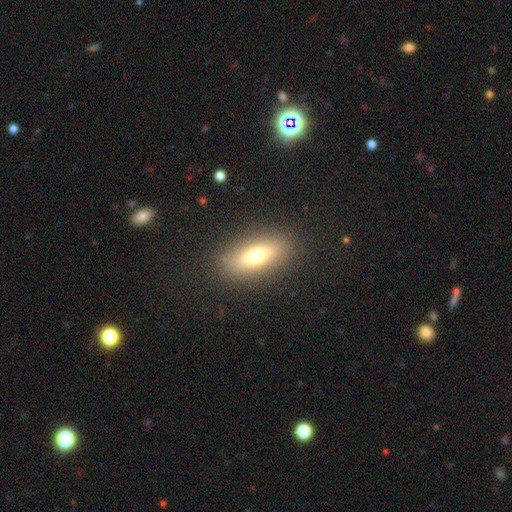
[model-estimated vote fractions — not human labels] Smooth or featured? smooth (68%)
How rounded? in between (75%)
Merging? none (86%)